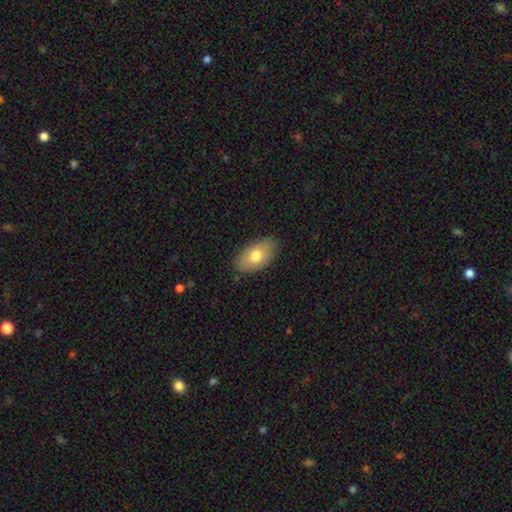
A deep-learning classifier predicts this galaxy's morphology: smooth 72%, featured or disk 21%, star or artifact 7%. Down the decision tree: how rounded — in between (93%); merging — none (83%).